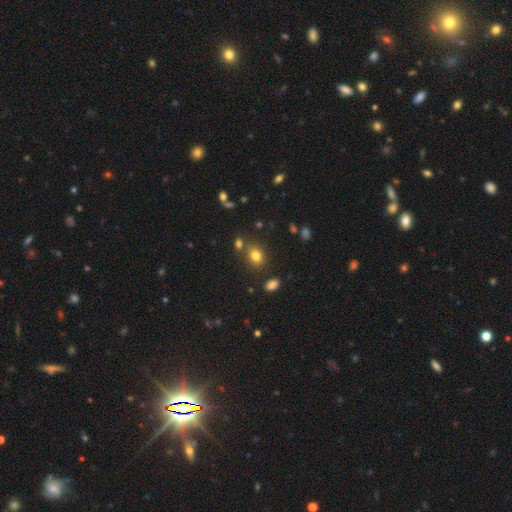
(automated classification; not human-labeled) A smooth galaxy with no disk features (79%) that is round (52%). Merging: none (72%).